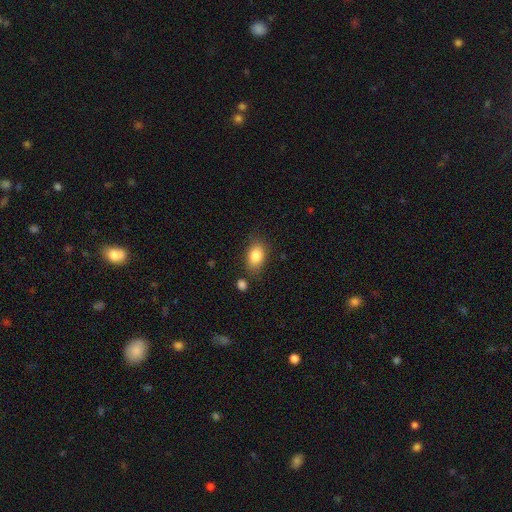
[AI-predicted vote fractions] smooth_or_featured: smooth (p=0.84) [alt: featured or disk p=0.08]
how_rounded: in between (p=0.85) [alt: round p=0.13]
merging: none (p=0.76) [alt: minor disturbance p=0.15]